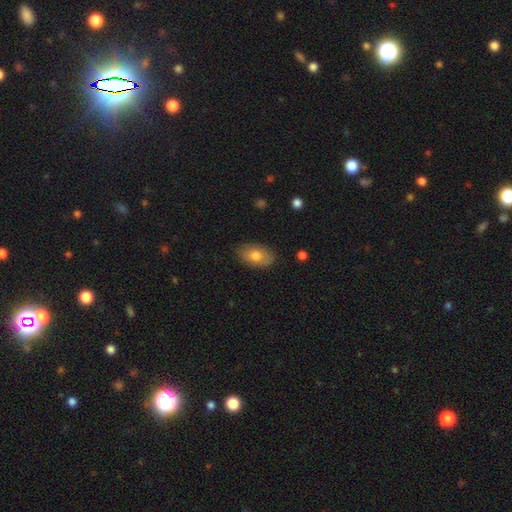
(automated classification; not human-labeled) smooth 76%, featured or disk 18%, star or artifact 7%. Down the decision tree: how rounded — in between (91%); merging — none (83%).